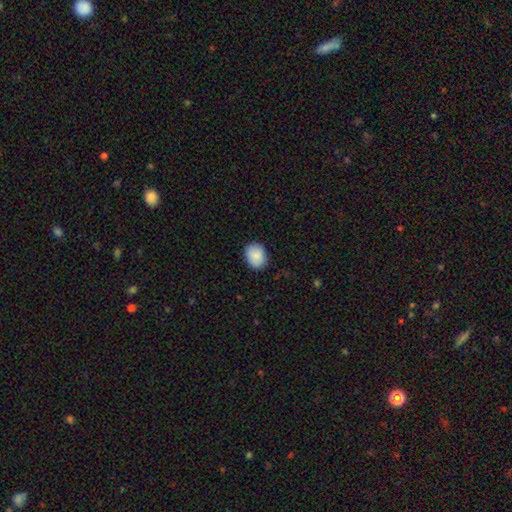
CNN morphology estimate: This is clearly a smooth galaxy (89%). How rounded: possibly in between (52%). Merging: clearly none (86%).